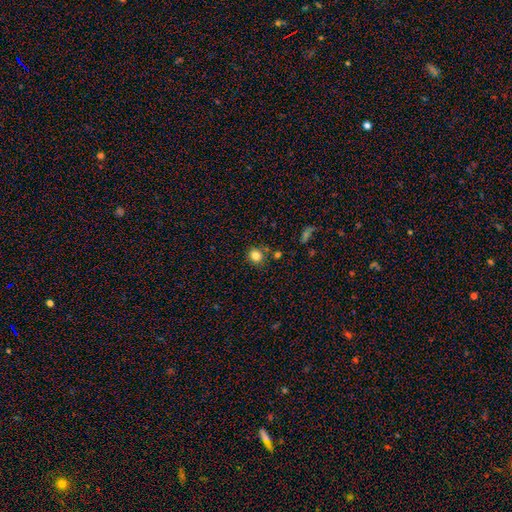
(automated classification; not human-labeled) Smooth or featured: smooth — 83% (star or artifact — 12%)
How rounded: round — 77% (in between — 22%)
Merging: none — 82% (minor disturbance — 10%)